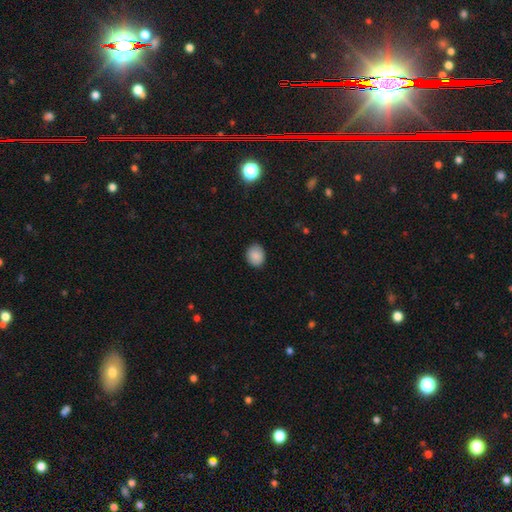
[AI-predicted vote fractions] A smooth galaxy with no disk features (88%) that is round (59%). Merging: none (86%).